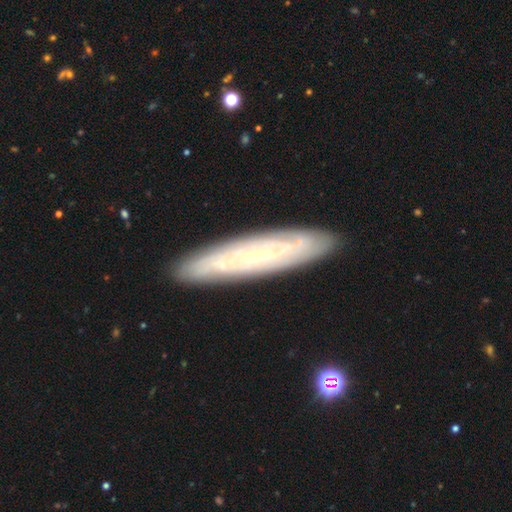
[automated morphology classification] This appears to be a featured or disk galaxy (69%). Merging: none (87%).